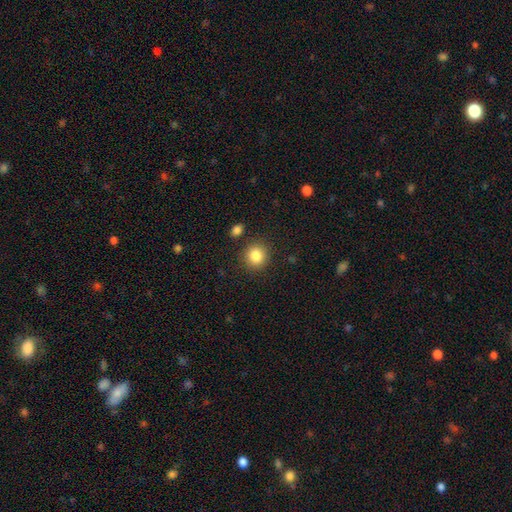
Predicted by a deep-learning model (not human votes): The model was most divided on "how rounded": round: 85%, in between: 14%, cigar-shaped: 1%. More confident: merging — none (86%); smooth or featured — smooth (85%).